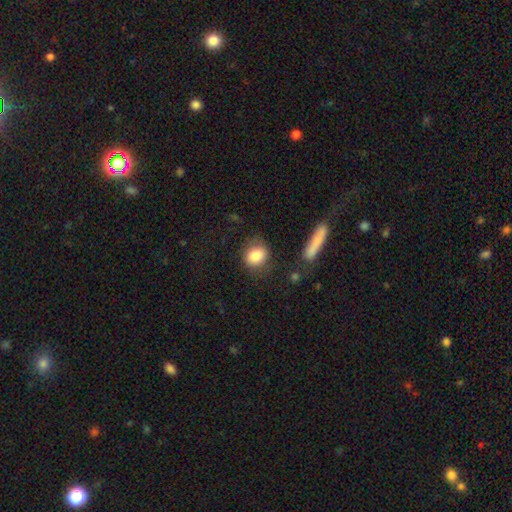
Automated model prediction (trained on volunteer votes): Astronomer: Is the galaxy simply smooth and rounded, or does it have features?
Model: smooth — 84%.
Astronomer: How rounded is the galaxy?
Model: round — 60% (runner-up: in between, 38%).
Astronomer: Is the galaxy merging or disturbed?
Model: none — 72%.